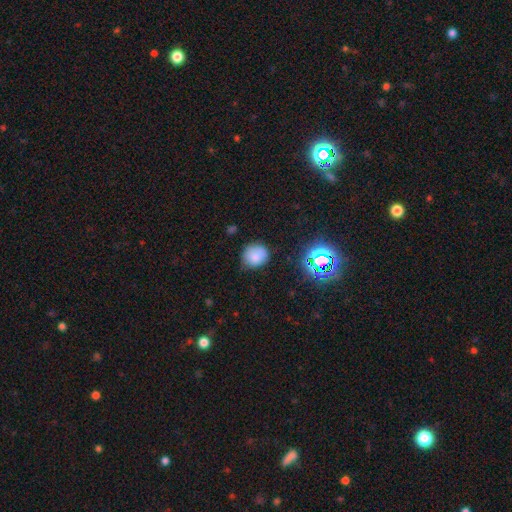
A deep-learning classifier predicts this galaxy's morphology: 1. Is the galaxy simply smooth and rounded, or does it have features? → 78% smooth, 15% star or artifact, 8% featured or disk.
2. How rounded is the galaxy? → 78% round, 21% in between, 1% cigar-shaped.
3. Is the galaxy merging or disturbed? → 71% none, 22% minor disturbance, 5% major disturbance, 2% merger.